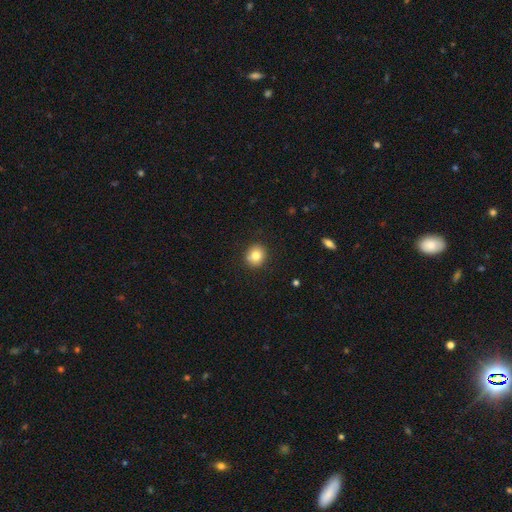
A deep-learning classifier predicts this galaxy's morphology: This is clearly a smooth galaxy (81%). How rounded: clearly round (83%). Merging: clearly none (87%).